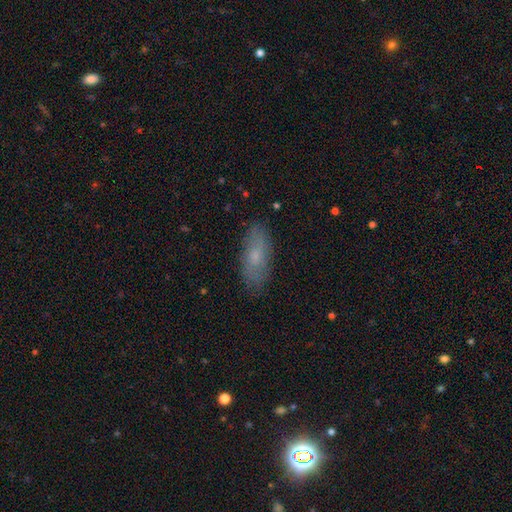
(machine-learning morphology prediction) smooth 65%, featured or disk 27%, star or artifact 8%. Down the decision tree: how rounded — in between (75%); merging — none (82%).